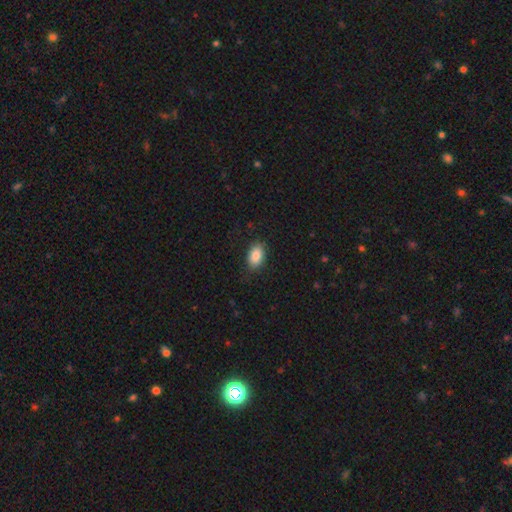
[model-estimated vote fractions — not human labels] smooth-or-featured: smooth: 87% | star or artifact: 8% | featured or disk: 5%
  how-rounded: in between: 90% | round: 8% | cigar-shaped: 2%
  merging: none: 83% | minor disturbance: 12% | major disturbance: 3% | merger: 1%